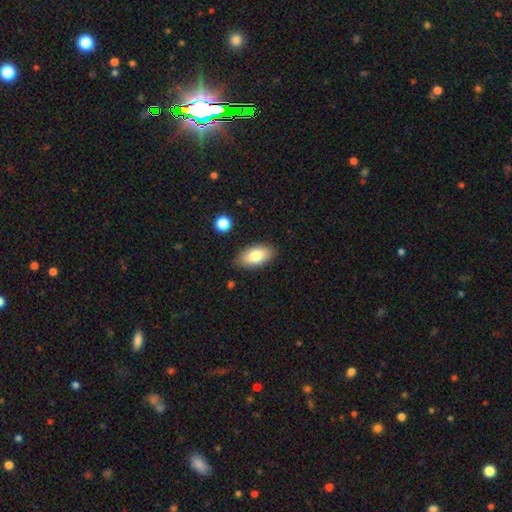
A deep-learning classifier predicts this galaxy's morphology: The model was most divided on "smooth or featured": smooth: 81%, featured or disk: 13%, star or artifact: 7%. More confident: how rounded — in between (93%); merging — none (85%).